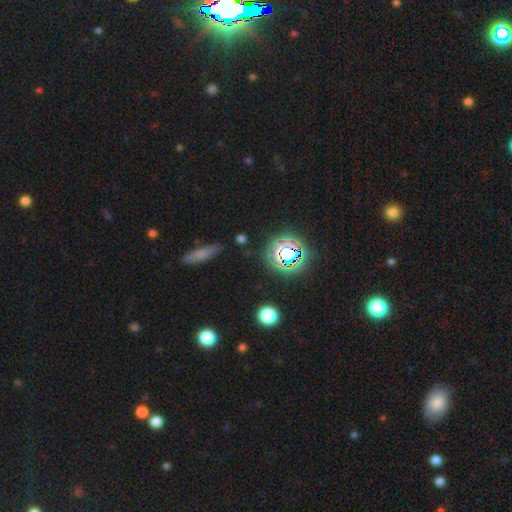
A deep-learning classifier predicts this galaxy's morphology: A star or artifact, not a galaxy (58%).

Vote fractions:
- Smooth or featured? star or artifact: 58% / smooth: 28% / featured or disk: 15%